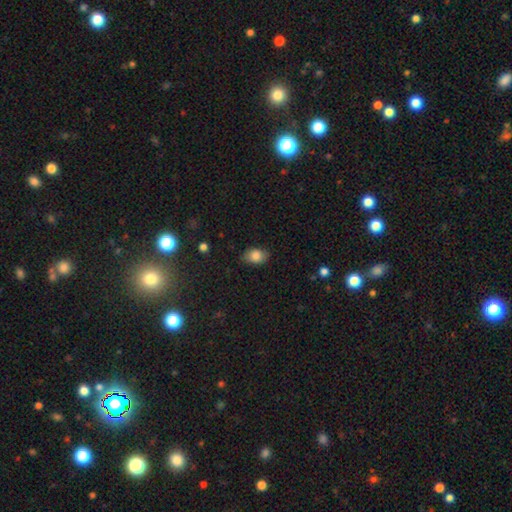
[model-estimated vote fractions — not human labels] smooth_or_featured: smooth (p=0.83) [alt: featured or disk p=0.09]
how_rounded: in between (p=0.81) [alt: round p=0.17]
merging: none (p=0.78) [alt: minor disturbance p=0.17]